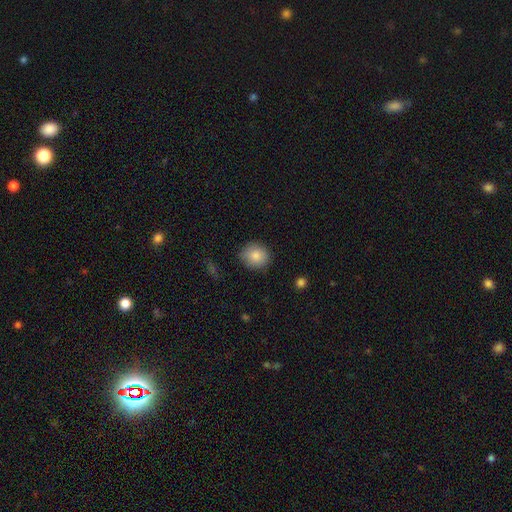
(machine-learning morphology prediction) Smooth or featured? smooth (85%)
How rounded? round (81%)
Merging? none (85%)